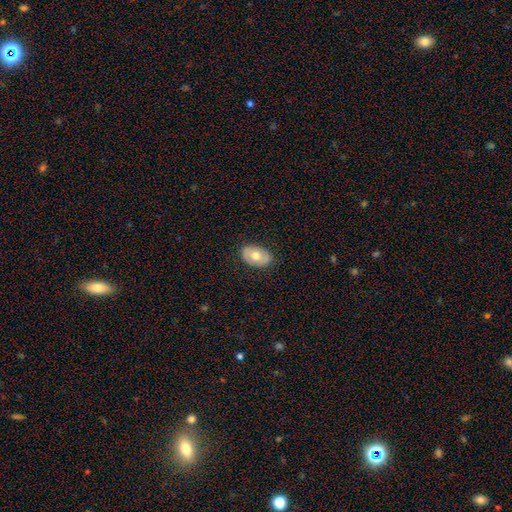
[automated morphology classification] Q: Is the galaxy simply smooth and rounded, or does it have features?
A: smooth — 63%.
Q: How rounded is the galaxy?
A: in between — 86%.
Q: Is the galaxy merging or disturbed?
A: none — 85%.